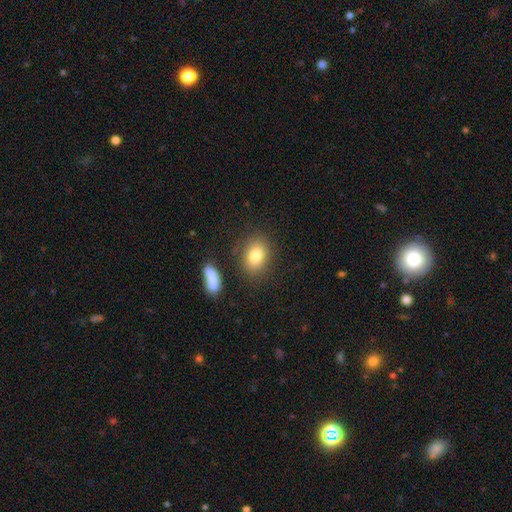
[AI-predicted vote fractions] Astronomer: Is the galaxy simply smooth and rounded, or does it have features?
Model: smooth — 81%.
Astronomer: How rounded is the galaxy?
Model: in between — 64%.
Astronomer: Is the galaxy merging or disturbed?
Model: none — 80%.